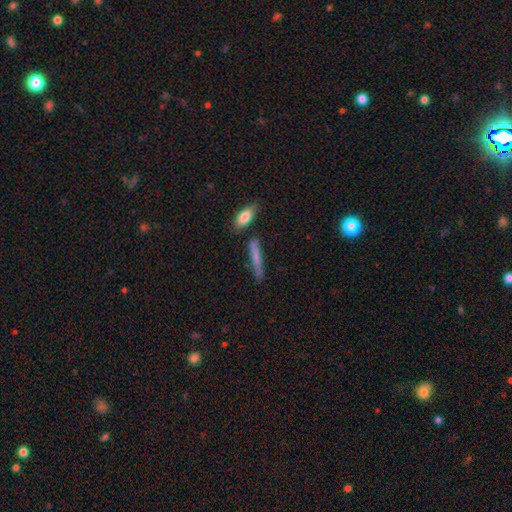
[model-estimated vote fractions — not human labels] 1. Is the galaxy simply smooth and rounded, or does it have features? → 70% smooth, 23% featured or disk, 8% star or artifact.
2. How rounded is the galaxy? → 89% cigar-shaped, 9% in between, 2% round.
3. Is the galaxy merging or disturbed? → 72% none, 17% minor disturbance, 7% merger, 4% major disturbance.